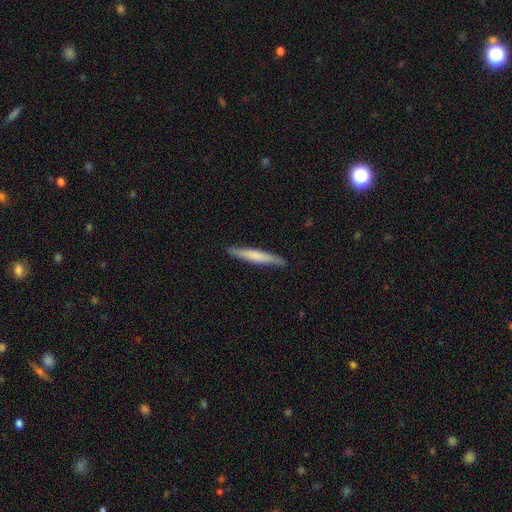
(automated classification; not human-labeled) Smooth or featured: smooth — 64% (featured or disk — 31%)
How rounded: cigar-shaped — 95% (in between — 4%)
Merging: none — 88% (minor disturbance — 9%)